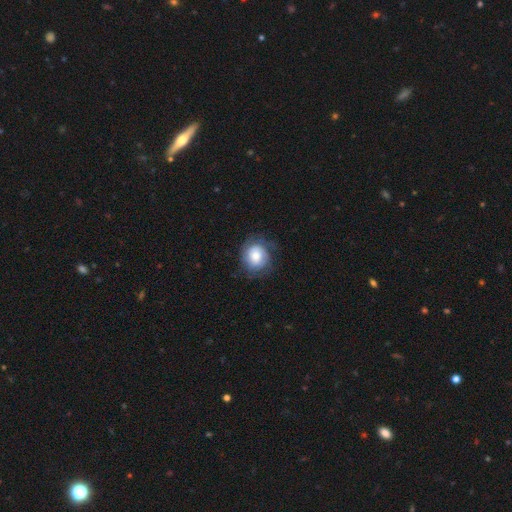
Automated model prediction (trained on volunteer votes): The model was most divided on "smooth or featured": smooth: 57%, featured or disk: 35%, star or artifact: 8%. More confident: how rounded — round (79%); merging — none (68%).